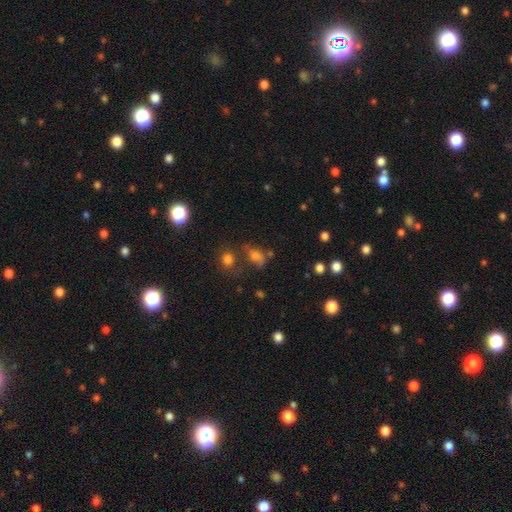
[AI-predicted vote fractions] This is likely a smooth galaxy (61%). How rounded: likely in between (65%). Merging: marginally none (37%).